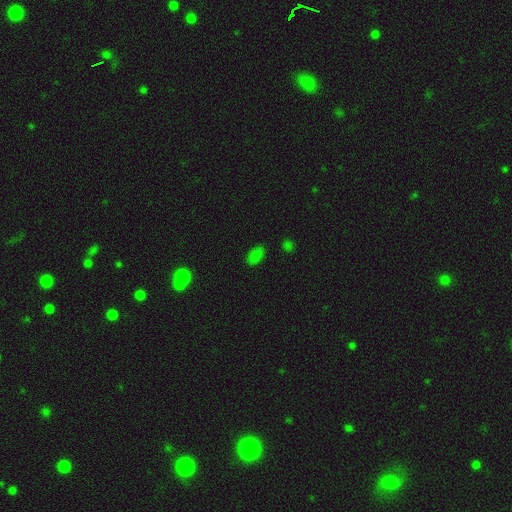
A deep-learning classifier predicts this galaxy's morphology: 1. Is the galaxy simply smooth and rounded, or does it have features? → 78% smooth, 18% star or artifact, 5% featured or disk.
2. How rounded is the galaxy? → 91% in between, 7% round, 2% cigar-shaped.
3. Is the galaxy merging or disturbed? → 81% none, 13% minor disturbance, 3% major disturbance, 3% merger.